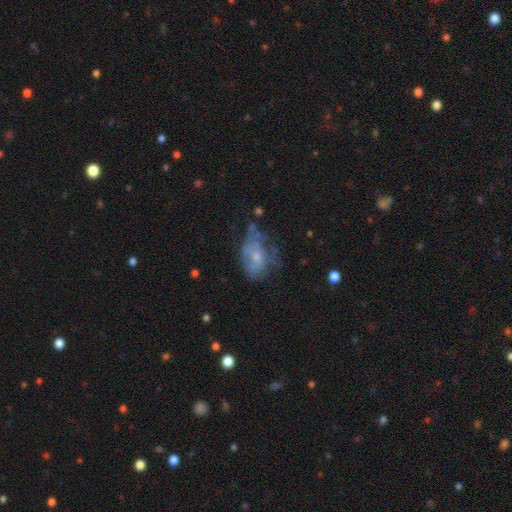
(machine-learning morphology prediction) This is possibly a featured or disk galaxy (52%). It is clearly not viewed edge-on (96%). Merging: marginally none (39%).